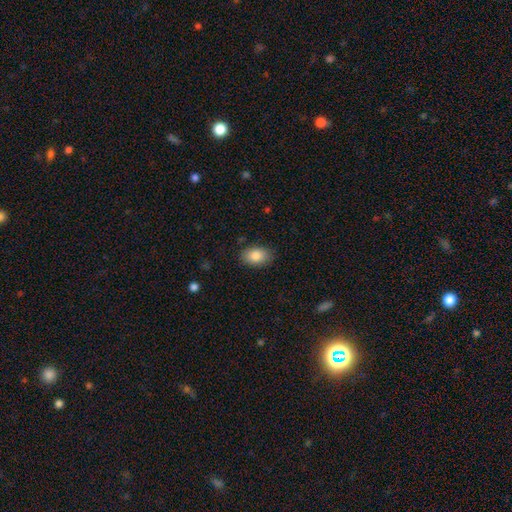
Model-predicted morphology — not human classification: Smooth or featured? Predicted: smooth (p=0.85). How rounded? Predicted: in between (p=0.87). Merging? Predicted: none (p=0.85).